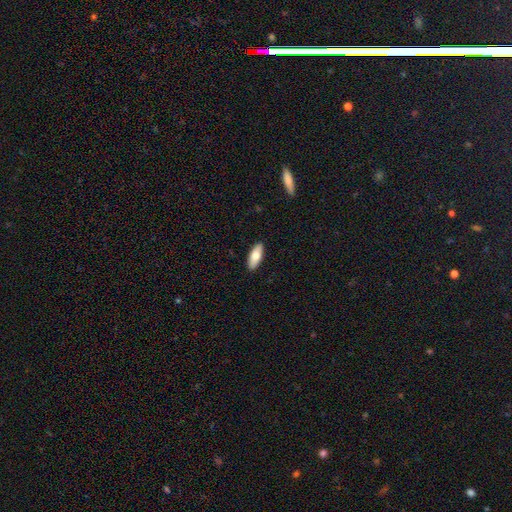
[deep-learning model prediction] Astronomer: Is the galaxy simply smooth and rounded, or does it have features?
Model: smooth — 76%.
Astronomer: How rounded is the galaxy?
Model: in between — 77%.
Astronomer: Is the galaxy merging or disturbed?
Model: none — 90%.